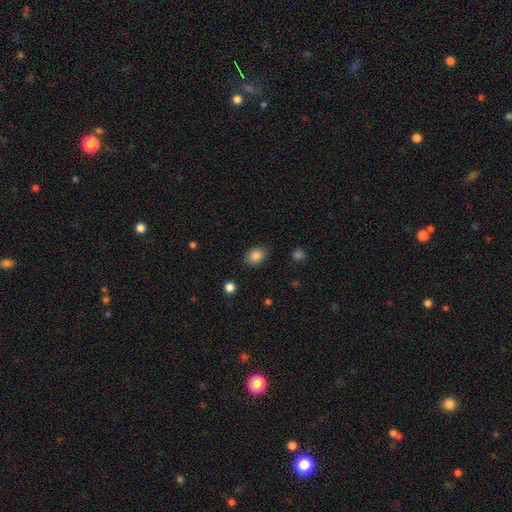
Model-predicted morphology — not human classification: Overall: smooth (86%). How rounded: in between (68%; round 31%). Merging: none (84%).